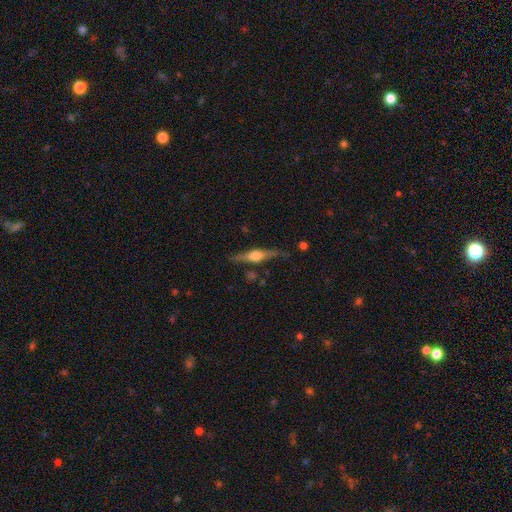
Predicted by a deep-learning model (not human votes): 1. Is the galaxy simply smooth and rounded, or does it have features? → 74% featured or disk, 20% smooth, 6% star or artifact.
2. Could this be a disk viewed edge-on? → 95% yes, 5% no.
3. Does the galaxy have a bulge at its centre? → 86% rounded, 11% boxy, 3% none.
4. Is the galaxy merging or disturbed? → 76% none, 17% minor disturbance, 5% major disturbance, 2% merger.